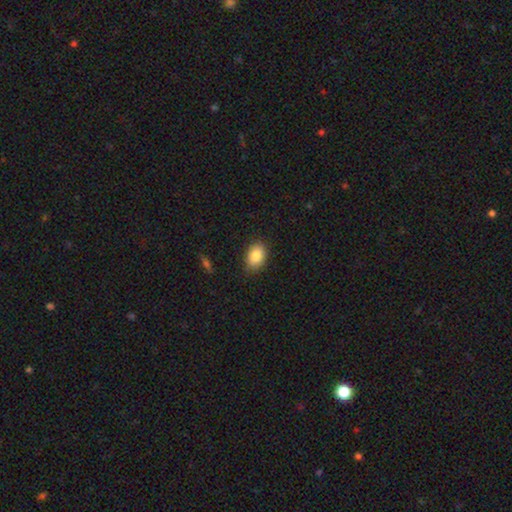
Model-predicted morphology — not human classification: Q: Smooth or featured?
A: smooth (86%); runner-up: star or artifact (8%)
Q: How rounded?
A: in between (82%); runner-up: round (16%)
Q: Merging?
A: none (85%); runner-up: minor disturbance (12%)